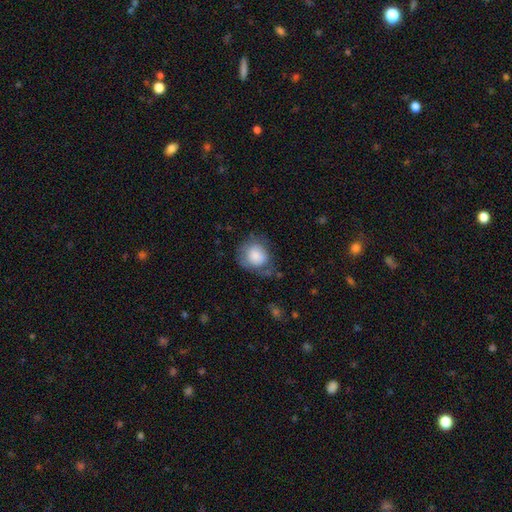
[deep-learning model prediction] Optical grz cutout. It shows a smooth galaxy with no disk features (78%) that is round (79%). Merging: none (49%).